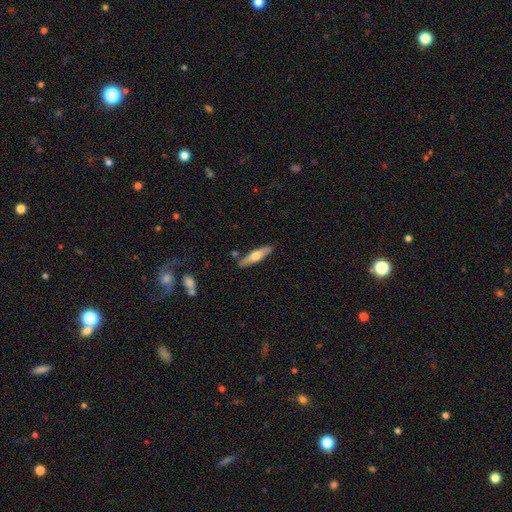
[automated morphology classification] The model was most divided on "smooth or featured": featured or disk: 48%, smooth: 47%, star or artifact: 5%. More confident: merging — none (84%).